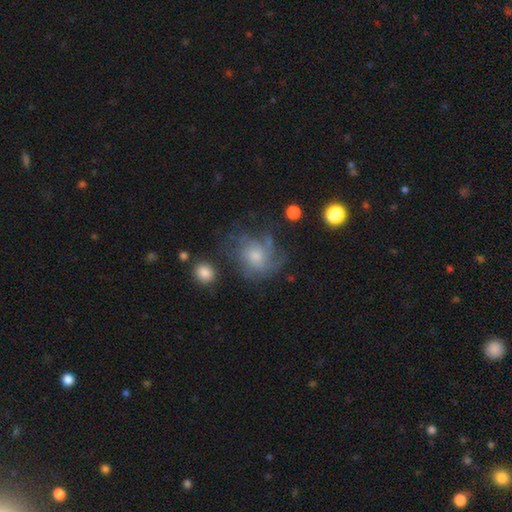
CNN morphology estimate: smooth-or-featured: featured or disk: 62% | smooth: 26% | star or artifact: 13%
  disk-edge-on: no: 98% | yes: 2%
    bar: no: 77% | weak: 21% | strong: 2%
    has-spiral-arms: yes: 82% | no: 18%
    bulge-size: moderate: 44% | small: 43% | none: 7% | large: 5% | dominant: 1%
  merging: none: 57% | minor disturbance: 21% | major disturbance: 18% | merger: 3%